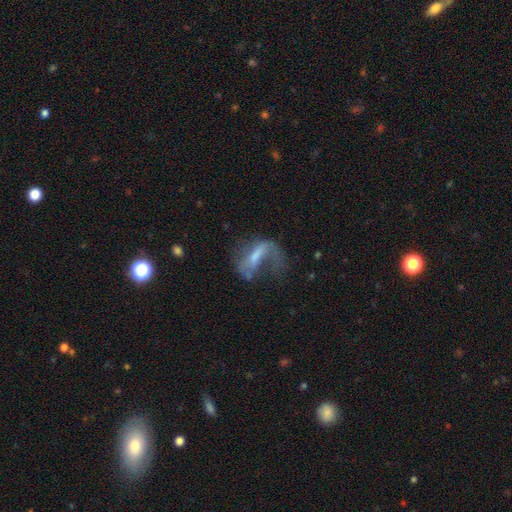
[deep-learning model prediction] This appears to be a featured or disk galaxy (62%) with a weak bar (38%), spiral arms (63%) and a small central bulge (39%). Merging: major disturbance (47%).